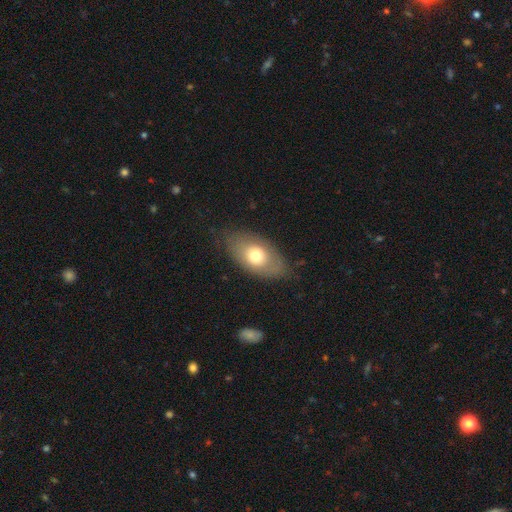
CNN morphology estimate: smooth-or-featured: smooth: 66% | featured or disk: 26% | star or artifact: 8%
  how-rounded: in between: 89% | round: 9% | cigar-shaped: 2%
  merging: none: 76% | minor disturbance: 17% | major disturbance: 6% | merger: 1%